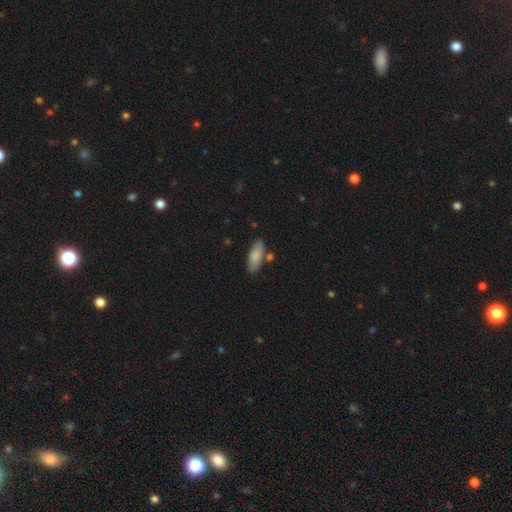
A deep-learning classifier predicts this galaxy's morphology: Smooth or featured? Predicted: smooth (p=0.83). How rounded? Predicted: in between (p=0.73). Merging? Predicted: none (p=0.77).